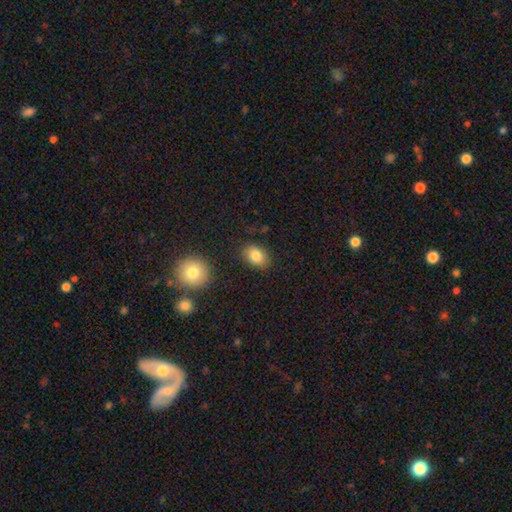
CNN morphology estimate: A smooth galaxy with no disk features (82%) that is in between round and cigar-shaped (78%). Merging: none (84%).